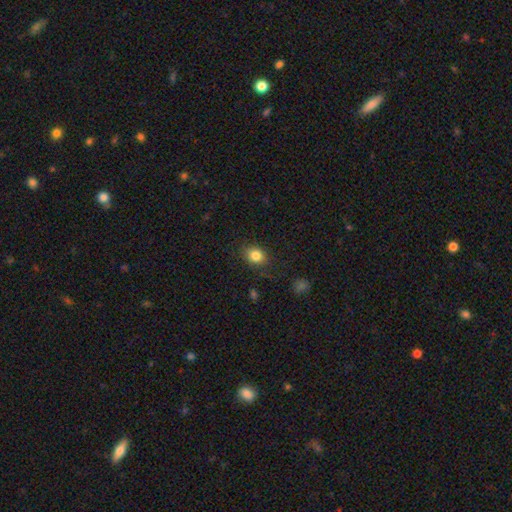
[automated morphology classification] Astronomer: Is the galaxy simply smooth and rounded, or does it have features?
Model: smooth — 83%.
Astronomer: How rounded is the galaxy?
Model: round — 53% (runner-up: in between, 46%).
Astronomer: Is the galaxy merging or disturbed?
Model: none — 82%.